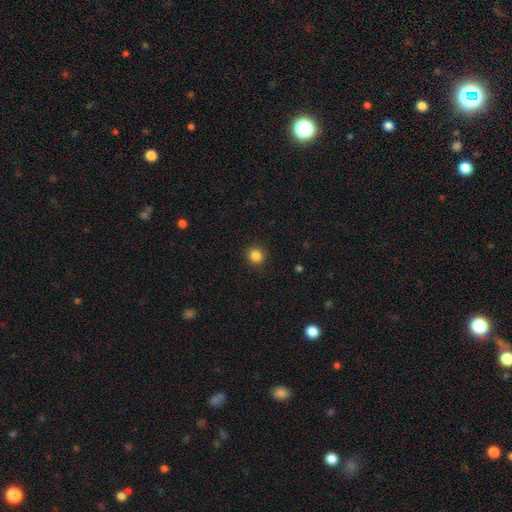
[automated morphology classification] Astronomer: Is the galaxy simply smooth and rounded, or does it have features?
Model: smooth — 85%.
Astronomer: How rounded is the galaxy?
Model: round — 89%.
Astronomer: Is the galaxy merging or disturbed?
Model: none — 91%.